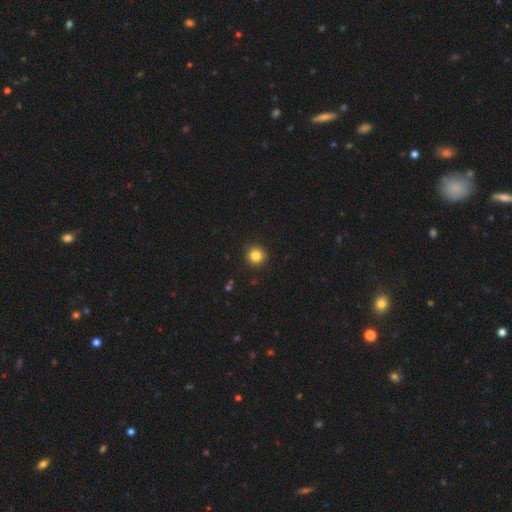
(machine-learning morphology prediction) Smooth or featured? smooth (84%)
How rounded? round (93%)
Merging? none (91%)